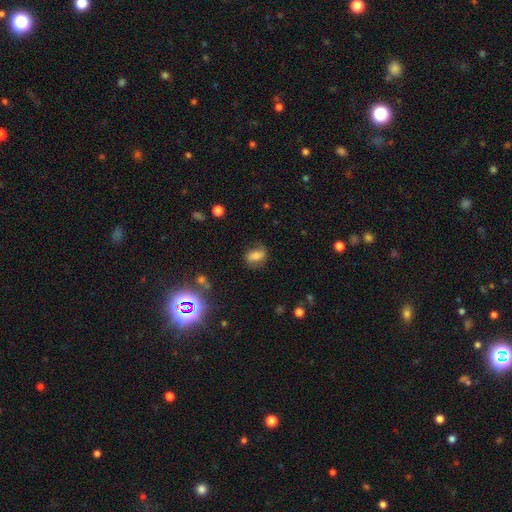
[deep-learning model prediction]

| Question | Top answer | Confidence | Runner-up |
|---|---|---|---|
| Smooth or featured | smooth | 60% | featured or disk (27%) |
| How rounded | in between | 76% | round (20%) |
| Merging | none | 68% | minor disturbance (21%) |